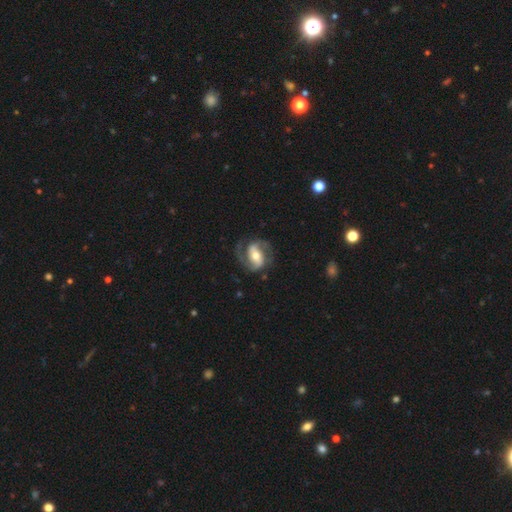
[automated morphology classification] type=featured or disk (85%); edge-on=no (97%); bar=strong (38%); spiral arms=yes (95%); winding=medium (52%); arm count=2 (89%); bulge=moderate (67%); merging=none (72%).